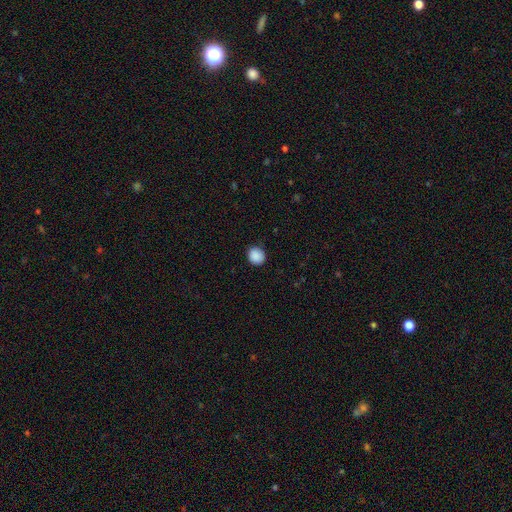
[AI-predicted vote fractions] A smooth galaxy with no disk features (89%) that is round (82%). Merging: none (87%).